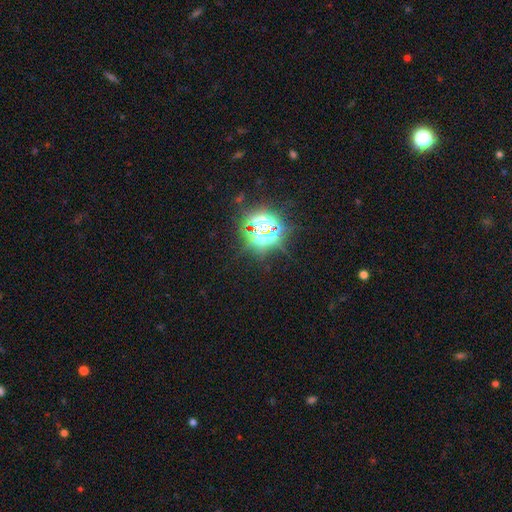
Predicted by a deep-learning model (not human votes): Smooth or featured: star or artifact — 84% (smooth — 11%)